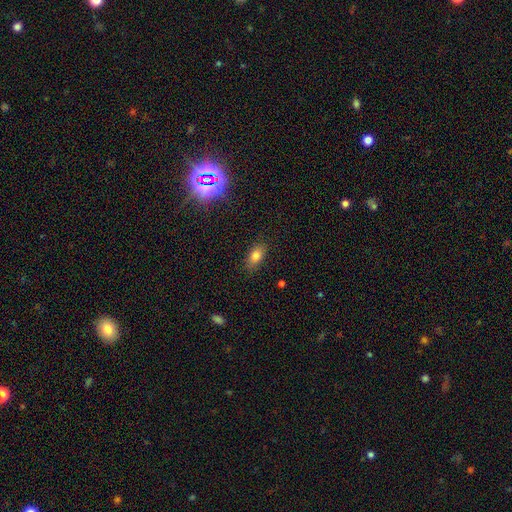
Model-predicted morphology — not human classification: Smooth or featured: smooth — 80% (star or artifact — 12%)
How rounded: in between — 86% (round — 9%)
Merging: none — 85% (minor disturbance — 11%)